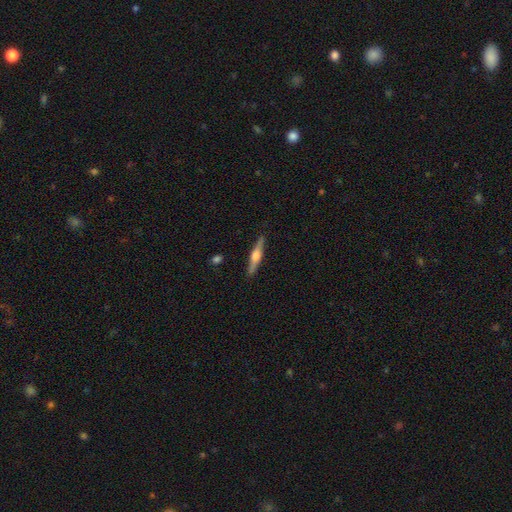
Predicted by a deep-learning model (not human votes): featured or disk 65%, smooth 30%, star or artifact 5%. Down the decision tree: edge-on disk — yes (97%); edge-on bulge — rounded (88%); merging — none (89%).